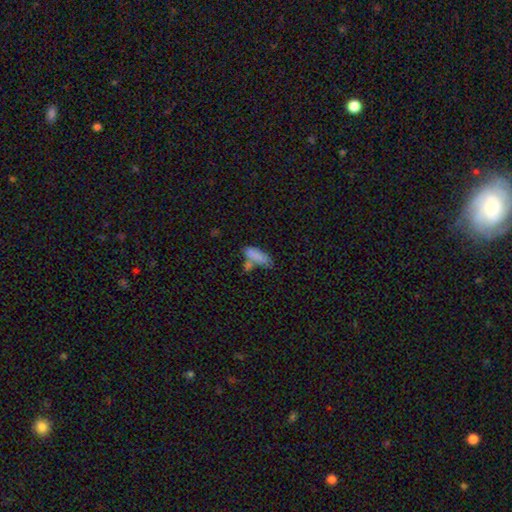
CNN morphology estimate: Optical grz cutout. It shows a smooth galaxy with no disk features (79%) that is in between round and cigar-shaped (68%). Merging: none (38%).